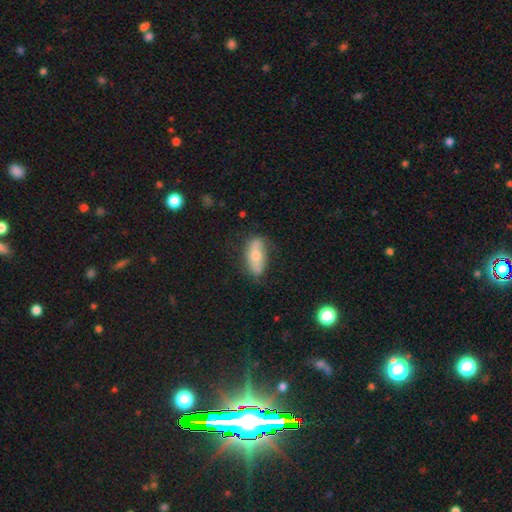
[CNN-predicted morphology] A smooth galaxy with no disk features (53%) that is in between round and cigar-shaped (76%). Merging: none (73%).